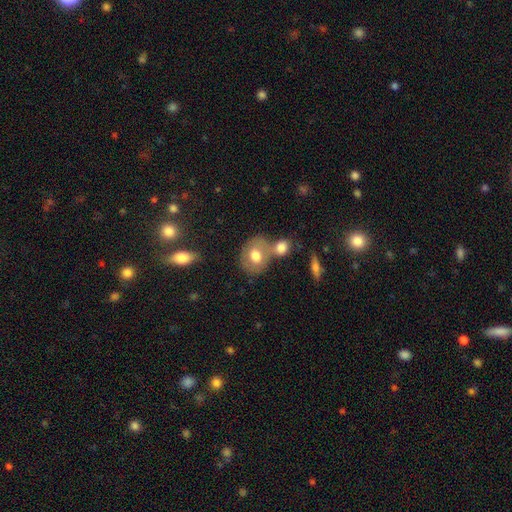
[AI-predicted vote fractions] smooth_or_featured: smooth (p=0.68) [alt: featured or disk p=0.24]
how_rounded: round (p=0.52) [alt: in between p=0.47]
merging: none (p=0.45) [alt: merger p=0.35]